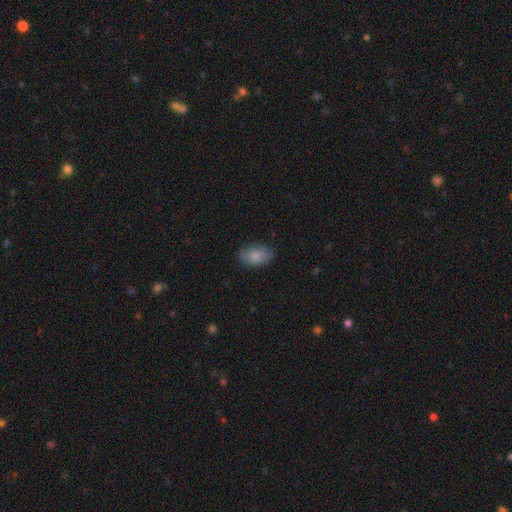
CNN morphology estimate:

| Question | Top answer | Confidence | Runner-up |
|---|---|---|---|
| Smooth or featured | smooth | 80% | featured or disk (13%) |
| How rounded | in between | 89% | round (10%) |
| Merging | none | 73% | minor disturbance (21%) |